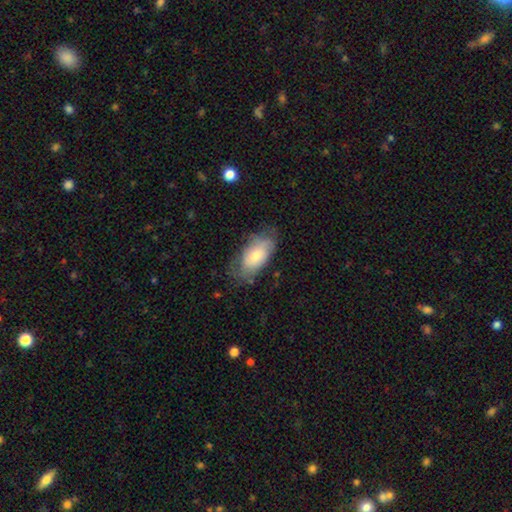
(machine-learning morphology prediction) This appears to be a smooth galaxy with no disk features (65%) that is in between round and cigar-shaped (92%). Merging: none (60%).